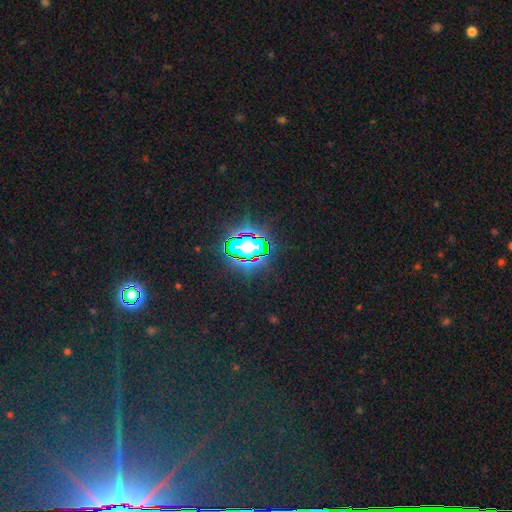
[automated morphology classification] Smooth or featured? star or artifact (82%)